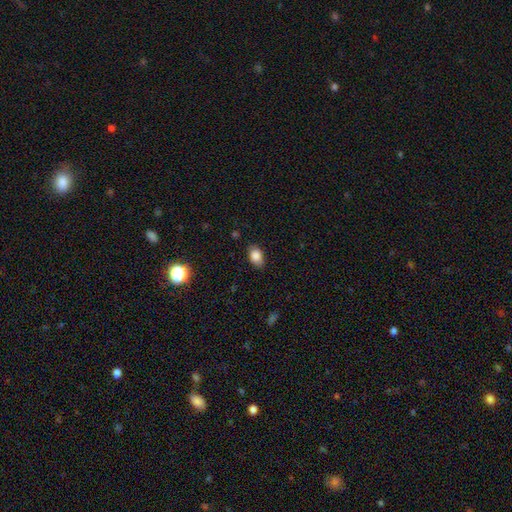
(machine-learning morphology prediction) type=smooth (84%); roundness=in between (85%); merging=none (81%).